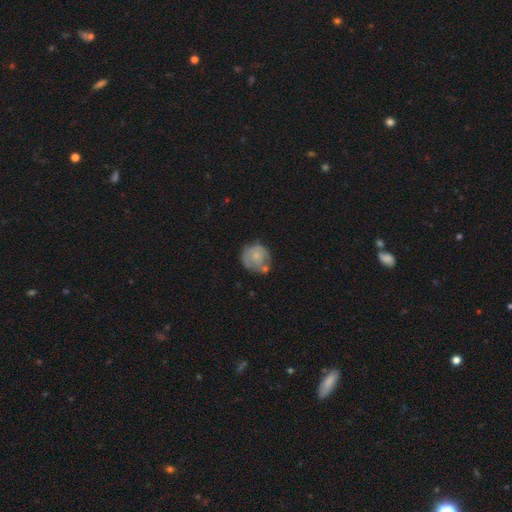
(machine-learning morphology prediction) smooth_or_featured: smooth (p=0.53) [alt: featured or disk p=0.40]
how_rounded: round (p=0.82) [alt: in between p=0.17]
merging: none (p=0.48) [alt: minor disturbance p=0.28]